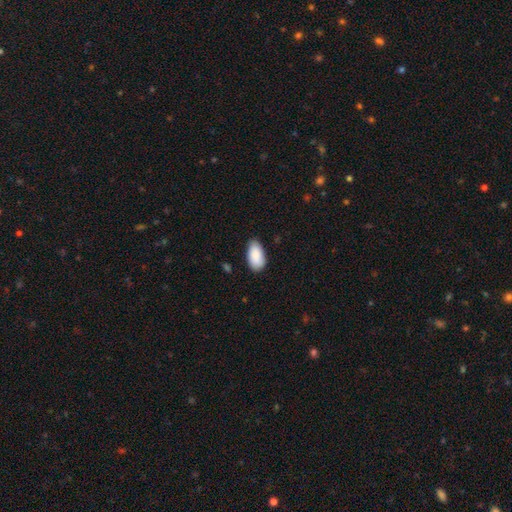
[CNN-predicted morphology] type=smooth (89%); roundness=in between (95%); merging=none (78%).